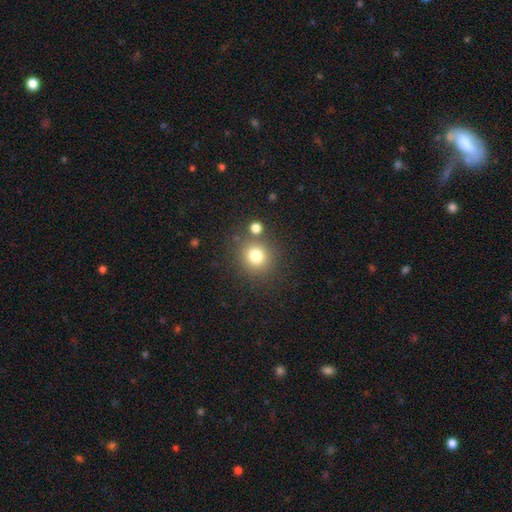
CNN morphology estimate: smooth 77%, star or artifact 15%, featured or disk 8%. Down the decision tree: how rounded — round (90%); merging — none (79%).